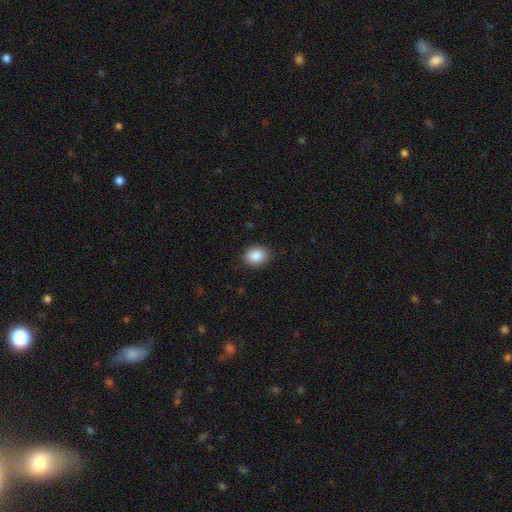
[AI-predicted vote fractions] smooth-or-featured: smooth: 88% | star or artifact: 8% | featured or disk: 4%
  how-rounded: round: 50% | in between: 49% | cigar-shaped: 1%
  merging: none: 88% | minor disturbance: 9% | major disturbance: 2% | merger: 1%